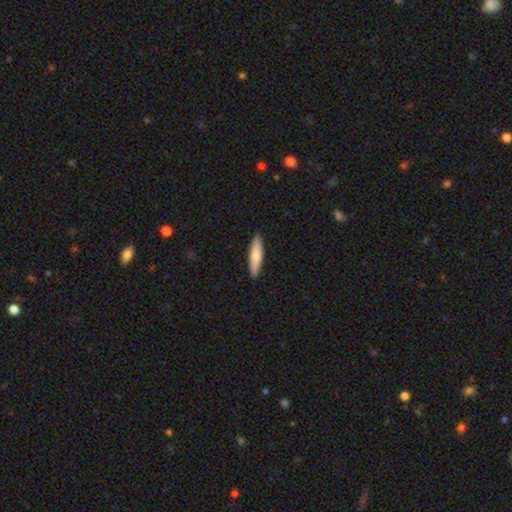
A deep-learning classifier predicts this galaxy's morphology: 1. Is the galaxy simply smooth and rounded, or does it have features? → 74% smooth, 21% featured or disk, 5% star or artifact.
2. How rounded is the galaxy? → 80% cigar-shaped, 18% in between, 1% round.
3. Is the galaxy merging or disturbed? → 91% none, 7% minor disturbance, 1% major disturbance, 1% merger.